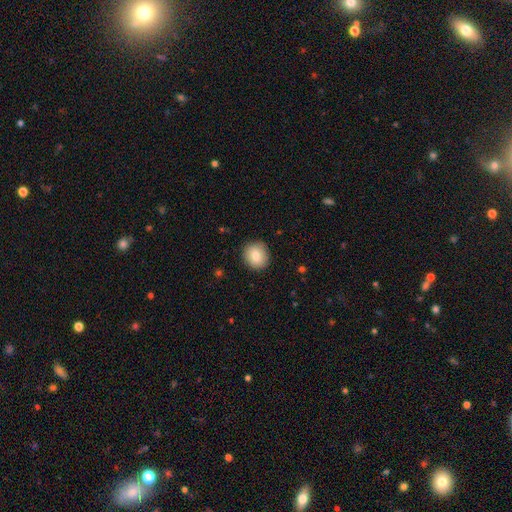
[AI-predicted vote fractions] smooth 84%, star or artifact 8%, featured or disk 8%. Down the decision tree: how rounded — round (82%); merging — none (89%).